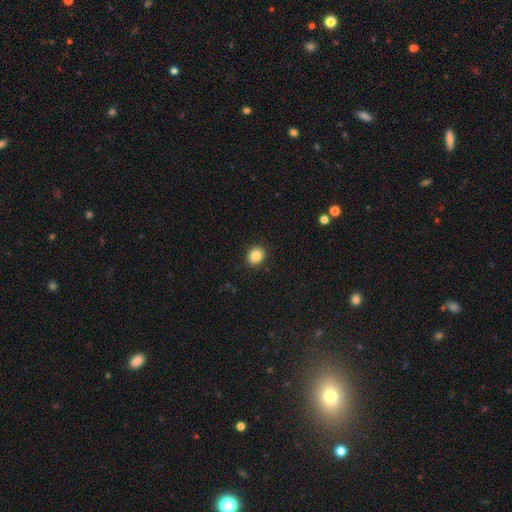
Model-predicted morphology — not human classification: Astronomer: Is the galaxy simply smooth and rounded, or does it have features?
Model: smooth — 86%.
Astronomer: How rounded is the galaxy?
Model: round — 57% (runner-up: in between, 42%).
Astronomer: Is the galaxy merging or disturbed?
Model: none — 90%.